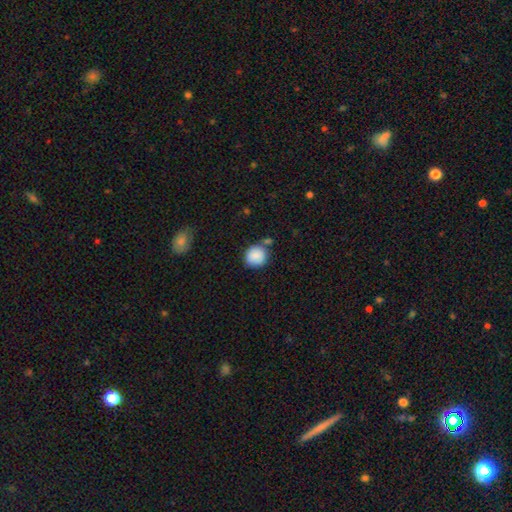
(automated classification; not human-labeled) Q: Smooth or featured?
A: smooth (88%); runner-up: star or artifact (7%)
Q: How rounded?
A: round (85%); runner-up: in between (14%)
Q: Merging?
A: none (70%); runner-up: minor disturbance (15%)